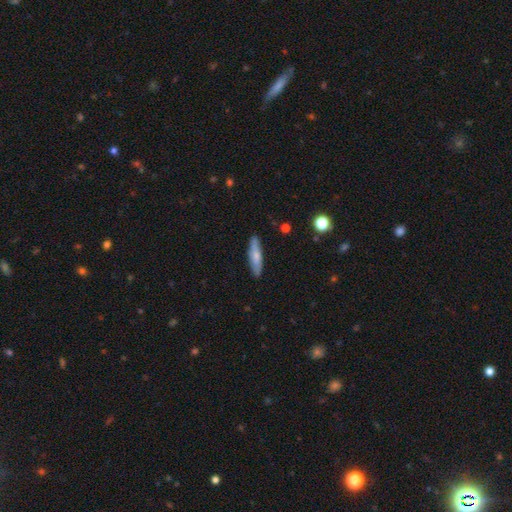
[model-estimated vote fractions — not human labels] The model was most divided on "smooth or featured": smooth: 67%, featured or disk: 27%, star or artifact: 6%. More confident: merging — none (86%); how rounded — cigar-shaped (74%).